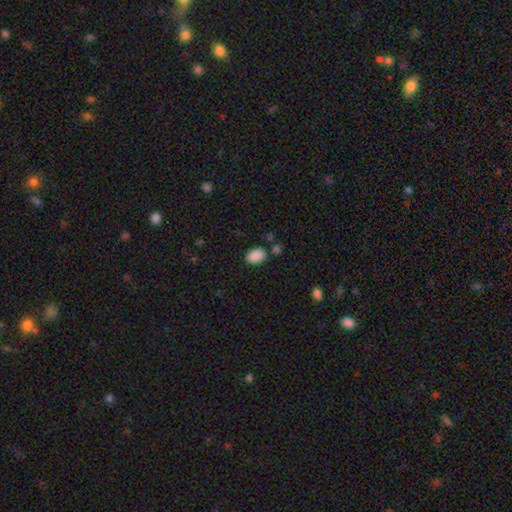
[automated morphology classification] smooth 88%, star or artifact 8%, featured or disk 3%. Down the decision tree: how rounded — in between (84%); merging — none (76%).